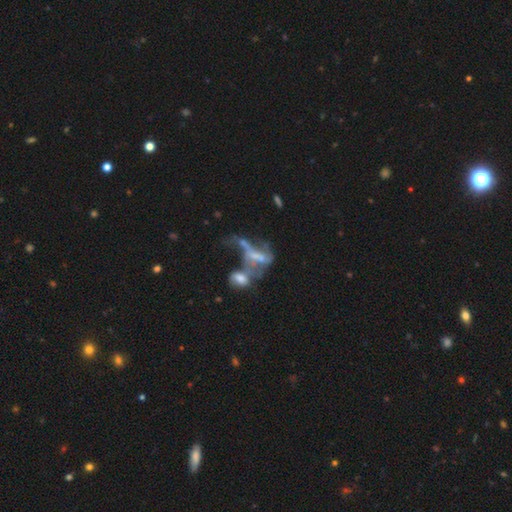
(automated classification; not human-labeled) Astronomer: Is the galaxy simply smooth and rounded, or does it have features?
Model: featured or disk — 56%.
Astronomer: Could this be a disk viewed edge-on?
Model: no — 92%.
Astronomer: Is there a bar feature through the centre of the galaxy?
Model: no — 61%.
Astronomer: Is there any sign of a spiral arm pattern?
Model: no — 71%.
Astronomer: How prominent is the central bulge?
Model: none — 49%.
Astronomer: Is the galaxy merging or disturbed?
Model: merger — 56%.